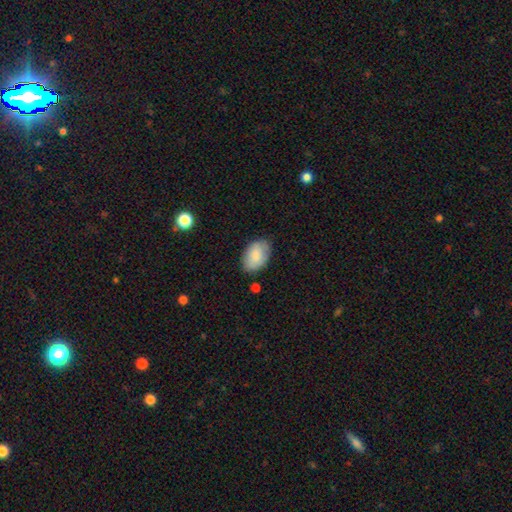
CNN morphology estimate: smooth_or_featured: smooth (p=0.82) [alt: featured or disk p=0.12]
how_rounded: in between (p=0.92) [alt: round p=0.07]
merging: none (p=0.79) [alt: minor disturbance p=0.16]